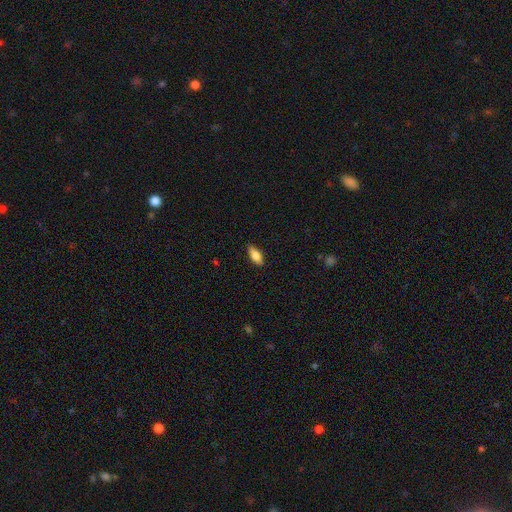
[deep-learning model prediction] smooth_or_featured: smooth (p=0.75) [alt: featured or disk p=0.18]
how_rounded: in between (p=0.79) [alt: cigar-shaped p=0.18]
merging: none (p=0.86) [alt: minor disturbance p=0.11]